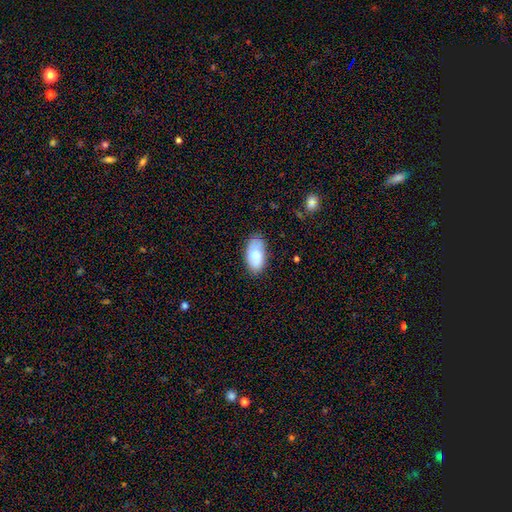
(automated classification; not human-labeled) A smooth galaxy with no disk features (77%) that is in between round and cigar-shaped (95%). Merging: none (78%).